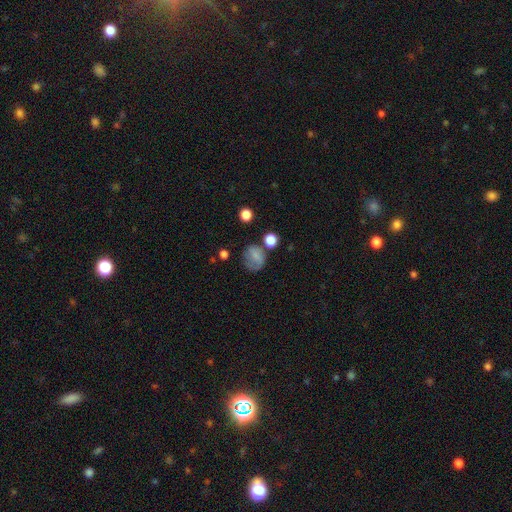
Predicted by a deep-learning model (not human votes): smooth-or-featured: smooth: 70% | featured or disk: 17% | star or artifact: 13%
  how-rounded: round: 60% | in between: 39% | cigar-shaped: 1%
  merging: none: 52% | minor disturbance: 25% | major disturbance: 16% | merger: 7%